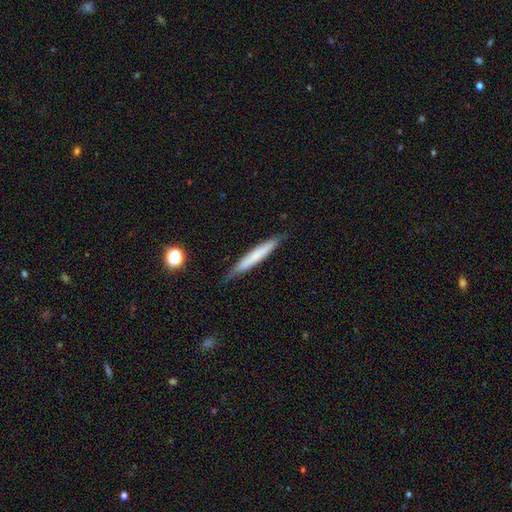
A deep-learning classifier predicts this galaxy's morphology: This appears to be a smooth galaxy with no disk features (62%) that is cigar-shaped (95%). Merging: none (82%).